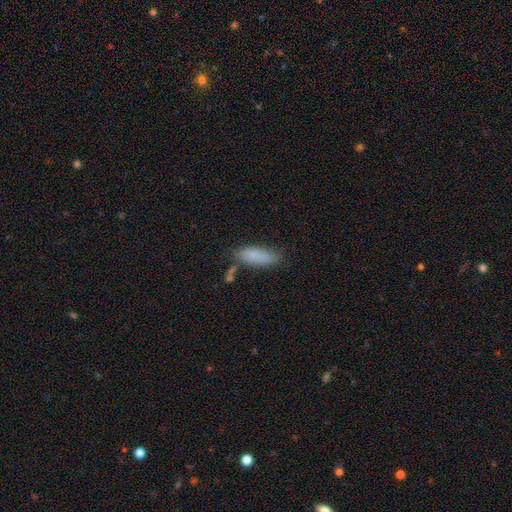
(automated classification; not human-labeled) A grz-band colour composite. It shows a smooth galaxy with no disk features (82%) that is in between round and cigar-shaped (55%). Merging: none (67%).